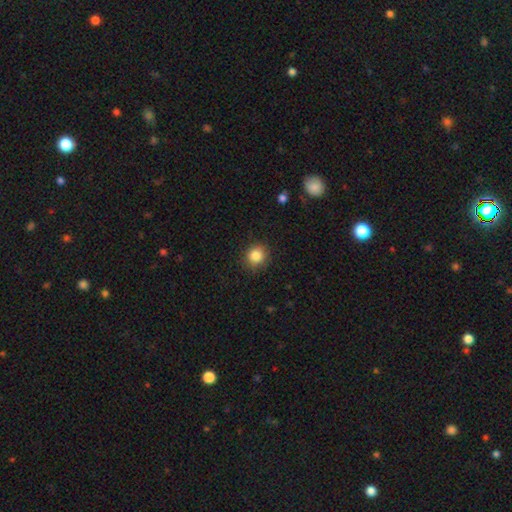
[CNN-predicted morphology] smooth-or-featured: smooth: 85% | star or artifact: 10% | featured or disk: 5%
  how-rounded: round: 88% | in between: 11% | cigar-shaped: 1%
  merging: none: 88% | minor disturbance: 8% | major disturbance: 2% | merger: 1%